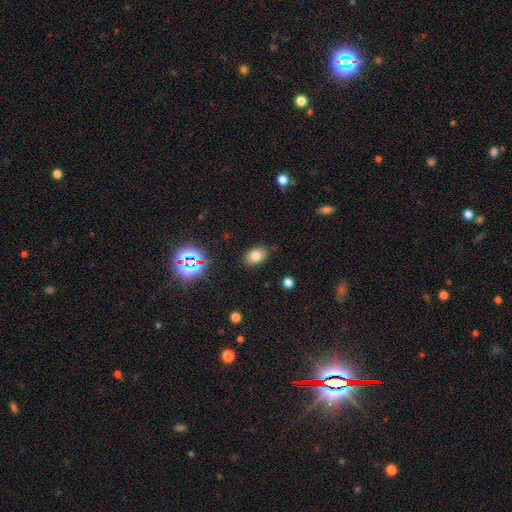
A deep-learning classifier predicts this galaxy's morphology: Smooth or featured: smooth — 77% (star or artifact — 14%)
How rounded: in between — 83% (round — 15%)
Merging: none — 86% (minor disturbance — 10%)